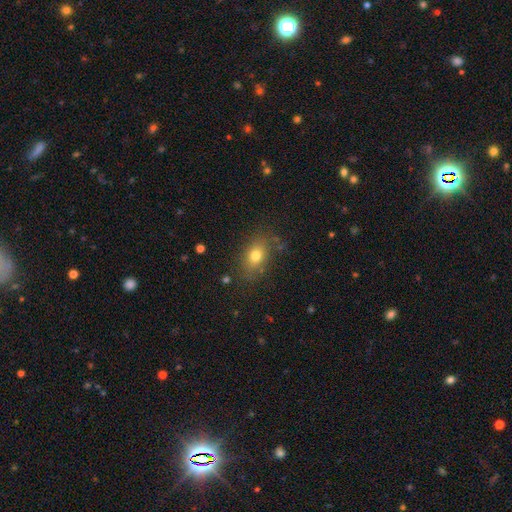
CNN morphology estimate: Smooth or featured: smooth — 75% (featured or disk — 13%)
How rounded: in between — 76% (round — 21%)
Merging: none — 80% (minor disturbance — 14%)